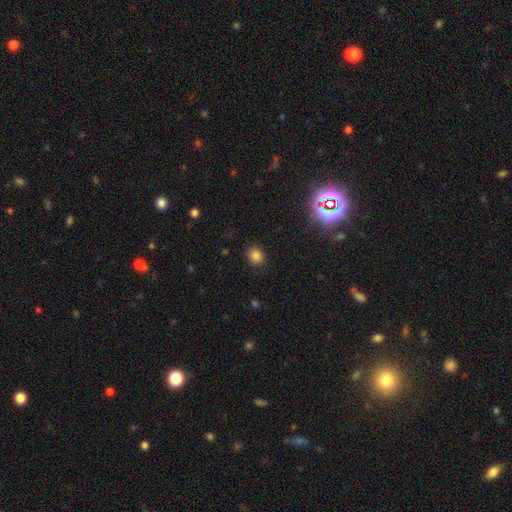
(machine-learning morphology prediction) Smooth or featured? Predicted: smooth (p=0.82). How rounded? Predicted: round (p=0.69). Merging? Predicted: none (p=0.89).